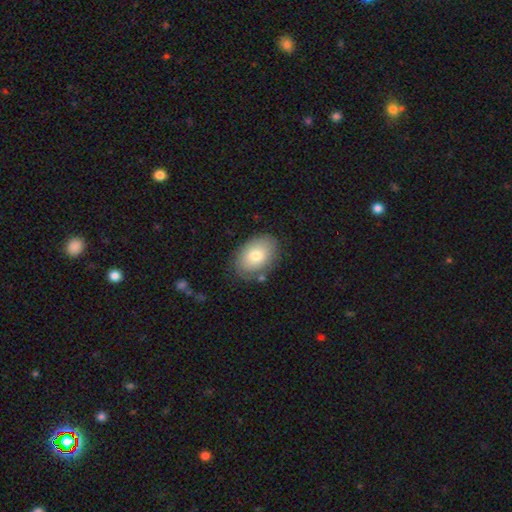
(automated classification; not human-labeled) The model was most divided on "smooth or featured": smooth: 75%, featured or disk: 17%, star or artifact: 7%. More confident: how rounded — in between (84%); merging — none (78%).